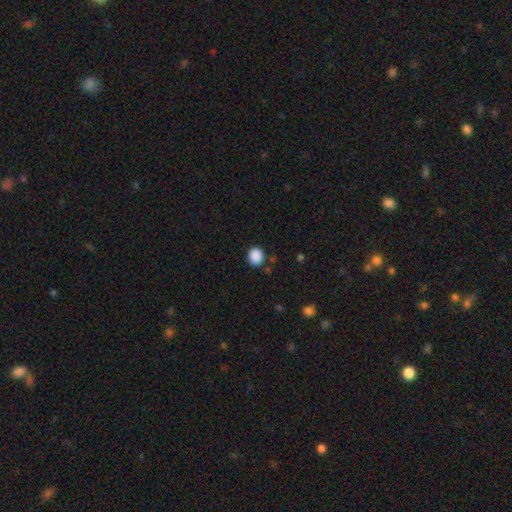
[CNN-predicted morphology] smooth 89%, star or artifact 9%, featured or disk 2%. Down the decision tree: how rounded — round (78%); merging — none (85%).